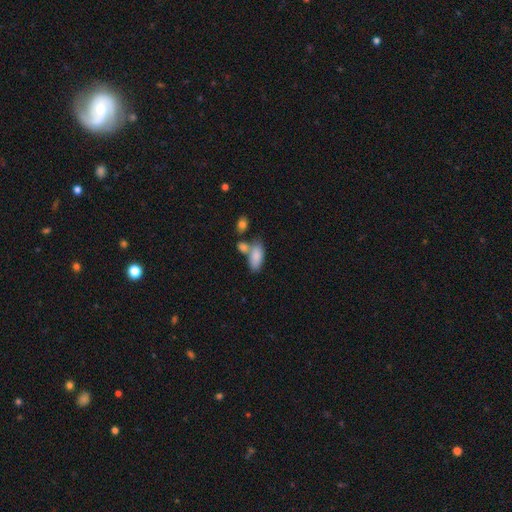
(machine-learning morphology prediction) Smooth or featured?
  - smooth: 84% *
  - featured or disk: 10%
  - star or artifact: 7%
How rounded?
  - in between: 88% *
  - cigar-shaped: 9%
  - round: 3%
Merging?
  - none: 47% *
  - merger: 32%
  - minor disturbance: 15%
  - major disturbance: 6%